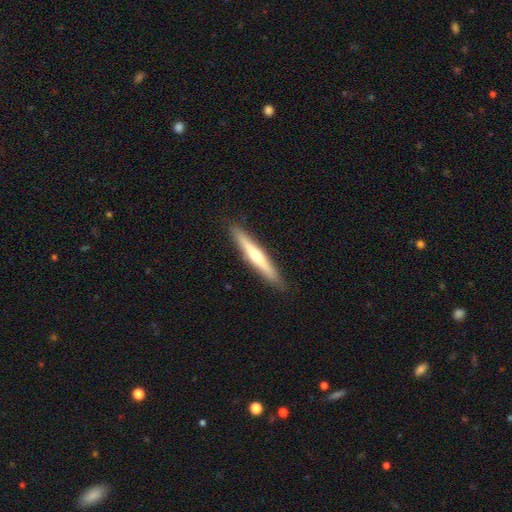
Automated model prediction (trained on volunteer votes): This is possibly a featured or disk galaxy (55%). It is clearly viewed edge-on (95%). Edge-on bulge: clearly rounded (80%). Merging: clearly none (91%).